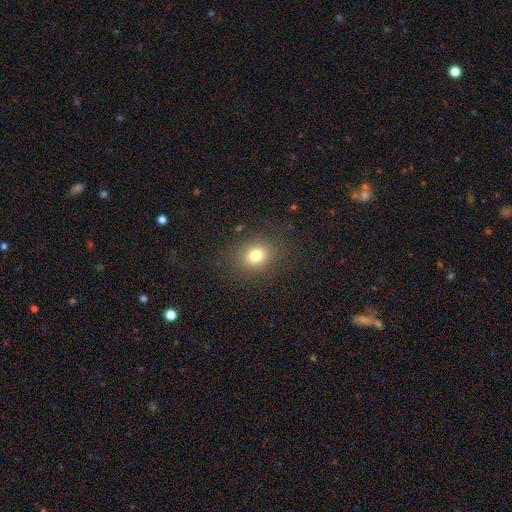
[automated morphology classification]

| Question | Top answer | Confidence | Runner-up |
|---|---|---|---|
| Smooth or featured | smooth | 77% | star or artifact (14%) |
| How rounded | round | 58% | in between (41%) |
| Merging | none | 84% | minor disturbance (10%) |